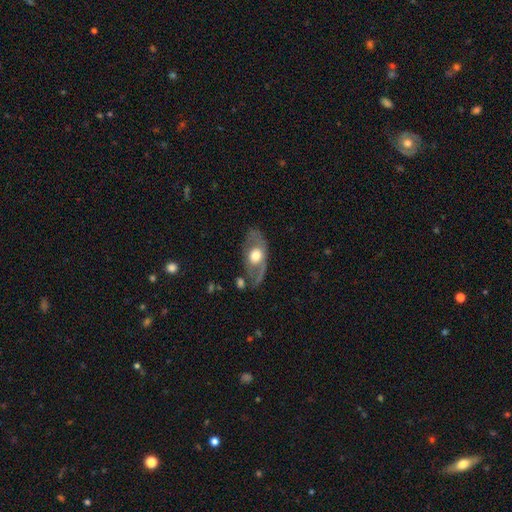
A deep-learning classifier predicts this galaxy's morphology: This is likely a featured or disk galaxy (60%). It is clearly not viewed edge-on (83%). Merging: likely none (63%).